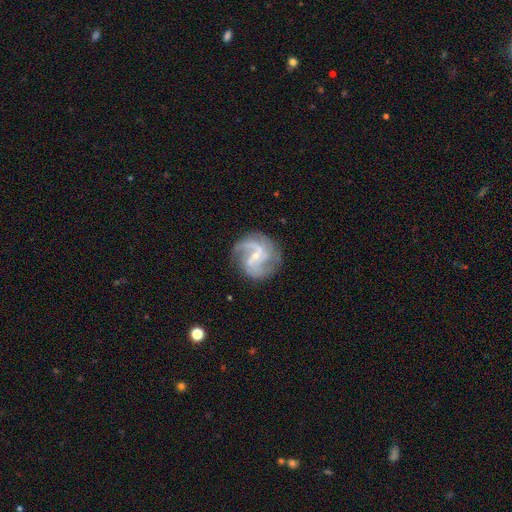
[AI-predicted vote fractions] A featured or disk galaxy (87%) with a weak bar (50%), 2 (61%) medium (51%) spiral arms (96%) and a small central bulge (73%).

Vote fractions:
- Smooth or featured? featured or disk: 87% / smooth: 7% / star or artifact: 6%
- Edge-on disk? no: 98% / yes: 2%
- Bar? weak: 50% / no: 30% / strong: 21%
- Spiral arms? yes: 96% / no: 4%
- Spiral winding? medium: 51% / loose: 32% / tight: 17%
- Spiral arm count? 2: 61% / 3: 18% / can't tell: 9% / 1: 5% / 4: 4% / more than 4: 3%
- Bulge size? small: 73% / moderate: 22% / none: 3% / large: 1% / dominant: 1%
- Merging? none: 71% / minor disturbance: 17% / major disturbance: 9% / merger: 2%